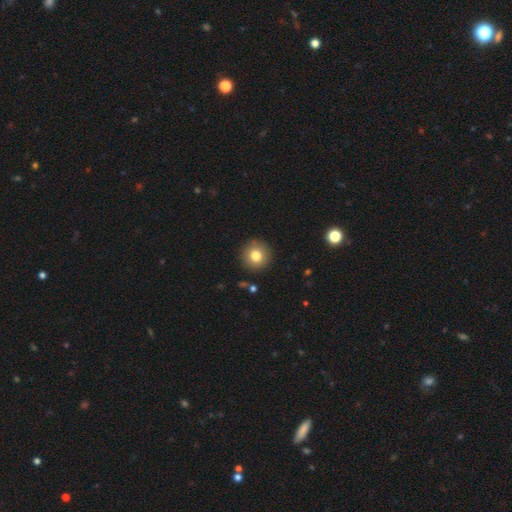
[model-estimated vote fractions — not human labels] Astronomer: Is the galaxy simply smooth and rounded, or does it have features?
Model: smooth — 79%.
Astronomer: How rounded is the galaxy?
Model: round — 94%.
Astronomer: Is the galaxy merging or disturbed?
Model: none — 91%.